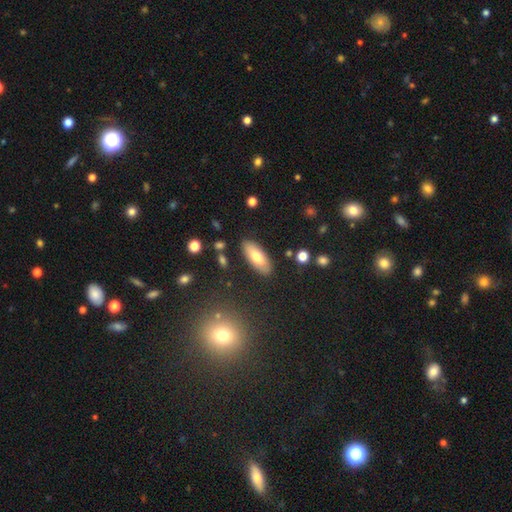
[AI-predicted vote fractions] Overall: smooth (74%). How rounded: in between (78%). Merging: none (85%).